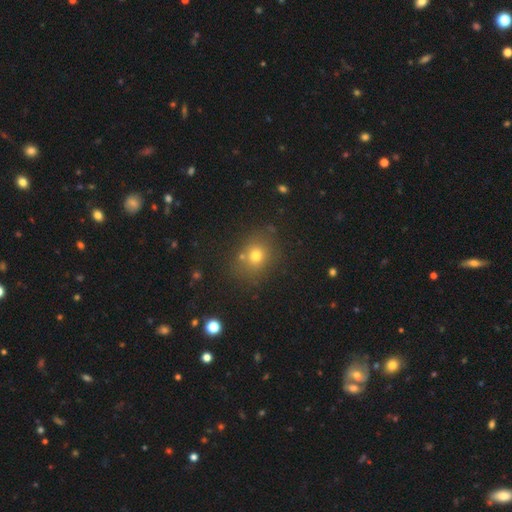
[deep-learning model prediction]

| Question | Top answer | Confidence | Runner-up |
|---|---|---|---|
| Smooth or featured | smooth | 72% | star or artifact (18%) |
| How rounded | round | 67% | in between (32%) |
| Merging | none | 76% | minor disturbance (11%) |